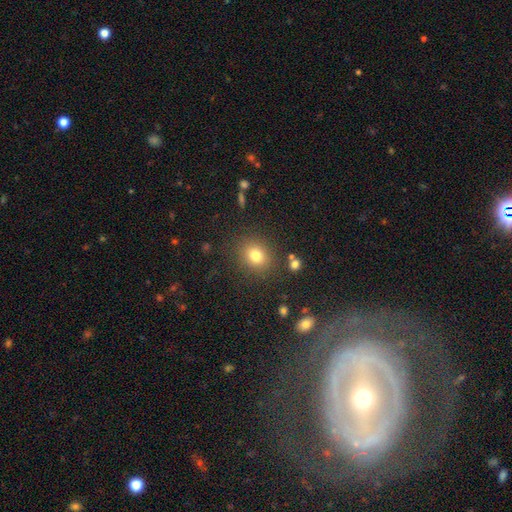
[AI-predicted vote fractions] This is likely a smooth galaxy (78%). How rounded: likely round (65%). Merging: clearly none (84%).